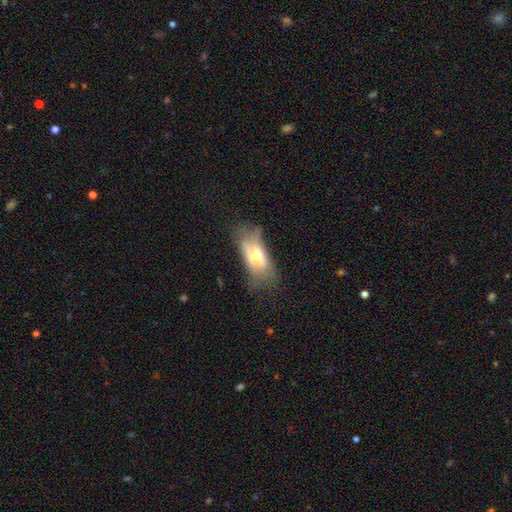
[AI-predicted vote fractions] The model was most divided on "merging": none: 40%, minor disturbance: 29%, major disturbance: 28%, merger: 4%. More confident: how rounded — in between (83%); smooth or featured — smooth (54%).